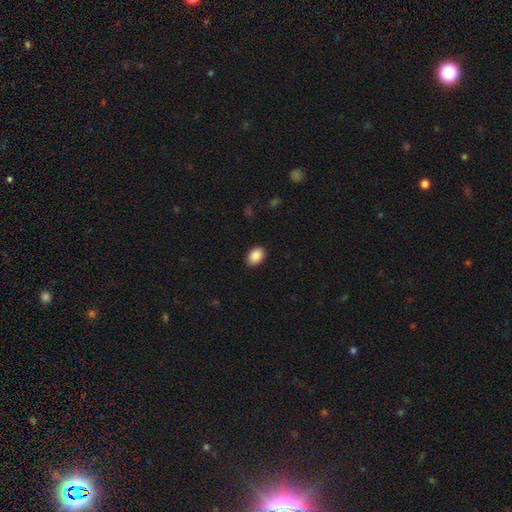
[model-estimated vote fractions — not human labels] This appears to be a smooth galaxy with no disk features (90%) that is in between round and cigar-shaped (80%). Merging: none (90%).